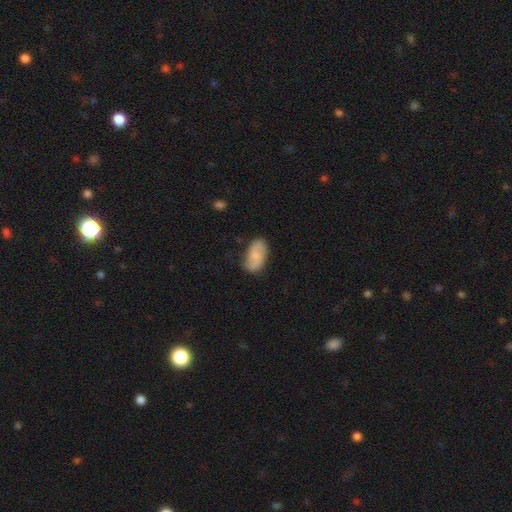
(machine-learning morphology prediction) smooth_or_featured: smooth (p=0.63) [alt: featured or disk p=0.30]
how_rounded: in between (p=0.93) [alt: round p=0.04]
merging: none (p=0.71) [alt: minor disturbance p=0.22]